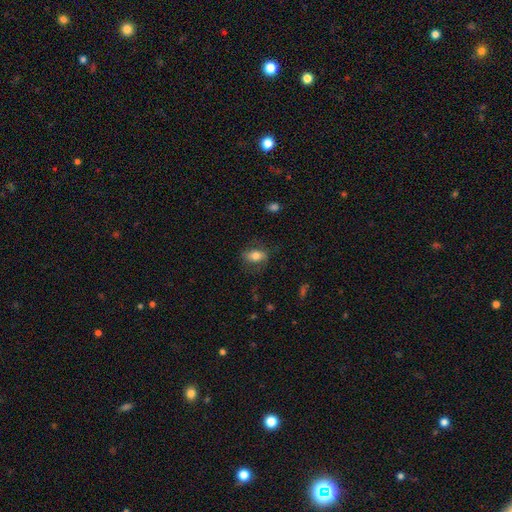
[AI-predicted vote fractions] This appears to be a smooth galaxy with no disk features (67%) that is in between round and cigar-shaped (83%). Merging: none (70%).